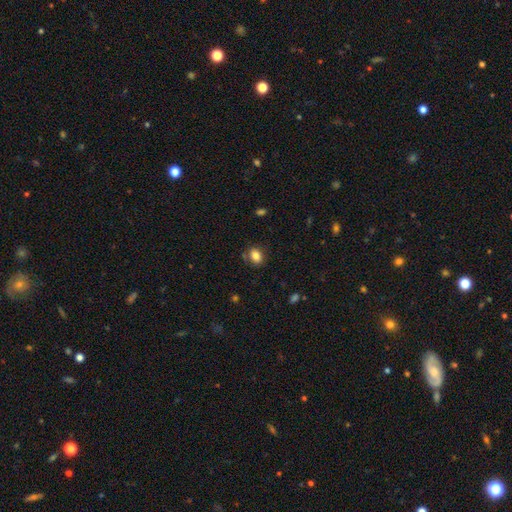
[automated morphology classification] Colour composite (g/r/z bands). It shows a smooth galaxy with no disk features (82%) that is in between round and cigar-shaped (63%). Merging: none (79%).